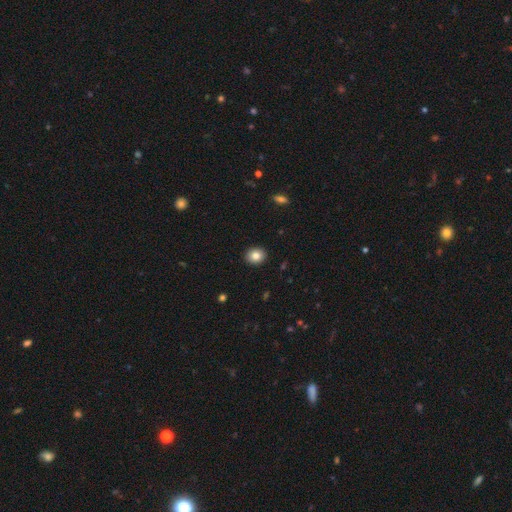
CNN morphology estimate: A smooth galaxy with no disk features (84%) that is round (64%).

Vote fractions:
- Smooth or featured? smooth: 84% / star or artifact: 9% / featured or disk: 7%
- How rounded? round: 64% / in between: 35% / cigar-shaped: 1%
- Merging? none: 92% / minor disturbance: 6% / major disturbance: 2% / merger: 1%